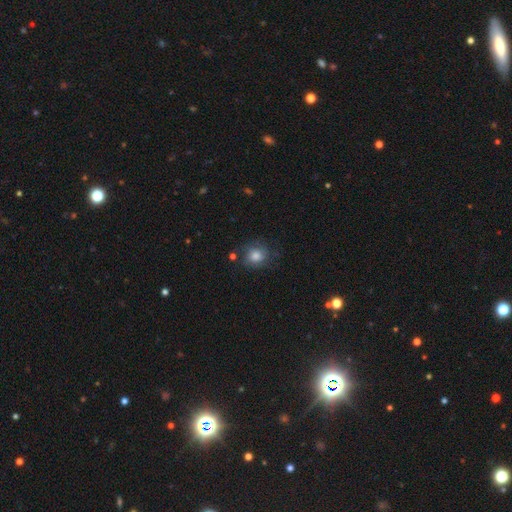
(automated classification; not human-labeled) Q: Smooth or featured?
A: smooth (64%); runner-up: featured or disk (25%)
Q: How rounded?
A: round (74%); runner-up: in between (25%)
Q: Merging?
A: none (69%); runner-up: minor disturbance (19%)